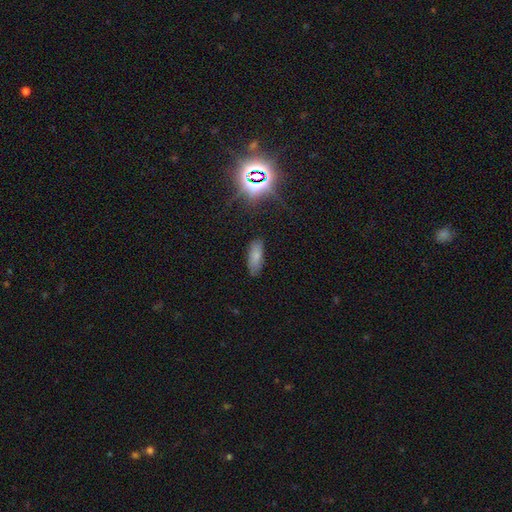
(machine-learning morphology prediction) Smooth or featured? Predicted: smooth (p=0.76). How rounded? Predicted: in between (p=0.75). Merging? Predicted: none (p=0.79).